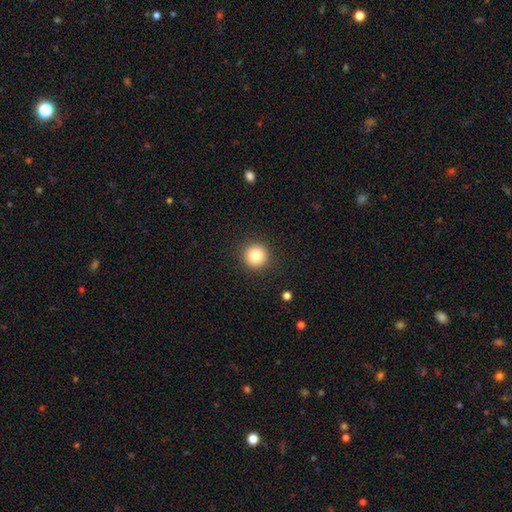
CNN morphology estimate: smooth 84%, star or artifact 10%, featured or disk 6%. Down the decision tree: how rounded — round (96%); merging — none (92%).